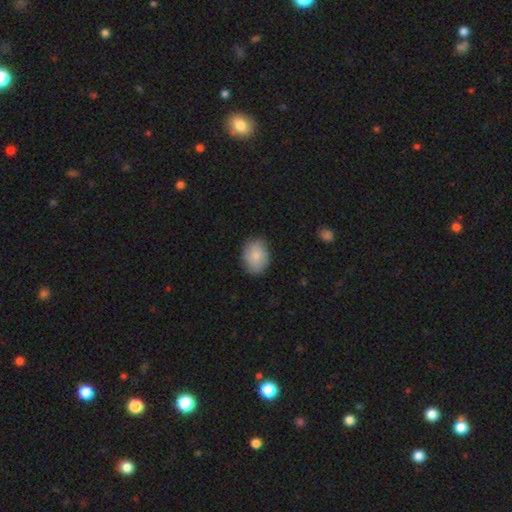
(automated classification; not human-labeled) smooth-or-featured: smooth: 84% | featured or disk: 10% | star or artifact: 7%
  how-rounded: in between: 63% | round: 37% | cigar-shaped: 1%
  merging: none: 82% | minor disturbance: 14% | major disturbance: 3% | merger: 1%